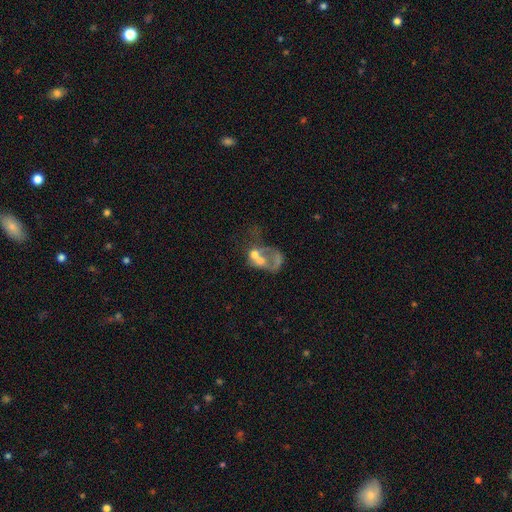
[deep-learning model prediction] This is possibly a featured or disk galaxy (52%). It is clearly not viewed edge-on (97%). Bar: clearly no (89%). Spiral arm pattern: clearly no (87%). Central bulge: marginally moderate (36%). Merging: possibly merger (52%).